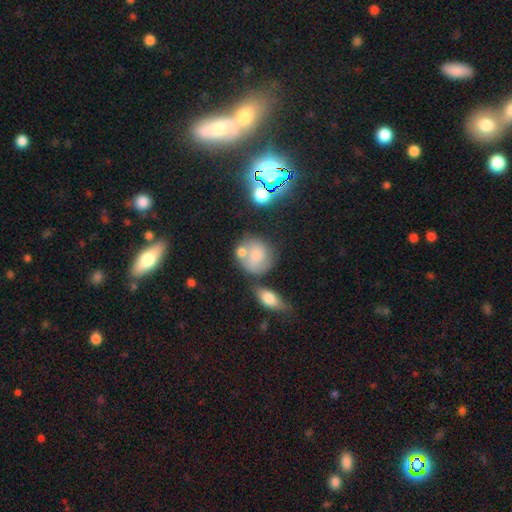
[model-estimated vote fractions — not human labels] Q: Smooth or featured?
A: smooth (66%); runner-up: featured or disk (23%)
Q: How rounded?
A: round (80%); runner-up: in between (19%)
Q: Merging?
A: none (48%); runner-up: merger (25%)